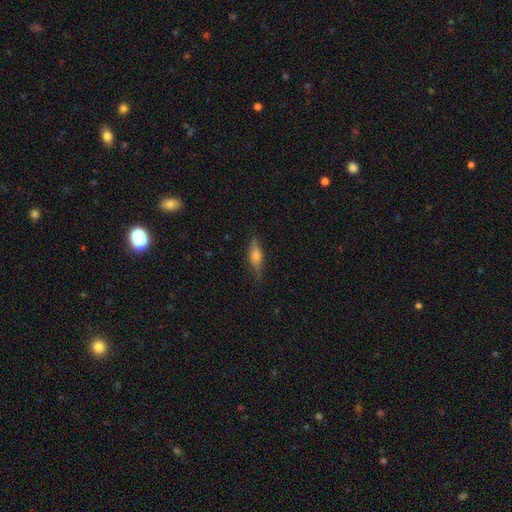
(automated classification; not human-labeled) Morphology: type=featured or disk (56%); edge-on=yes (94%); edge-on bulge=rounded (83%); merging=none (80%).